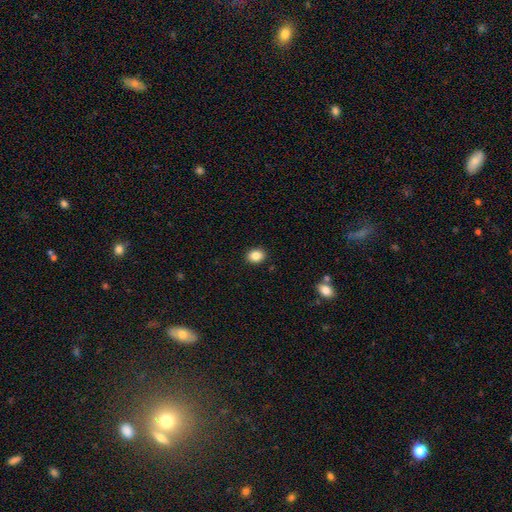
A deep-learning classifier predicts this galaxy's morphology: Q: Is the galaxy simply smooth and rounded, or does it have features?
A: smooth — 86%.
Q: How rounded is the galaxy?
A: round — 51%.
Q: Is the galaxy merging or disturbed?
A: none — 90%.